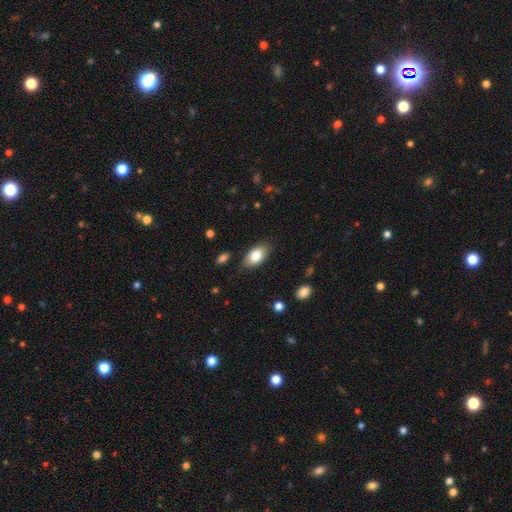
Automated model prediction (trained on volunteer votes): Morphology: type=smooth (81%); roundness=in between (92%); merging=none (83%).